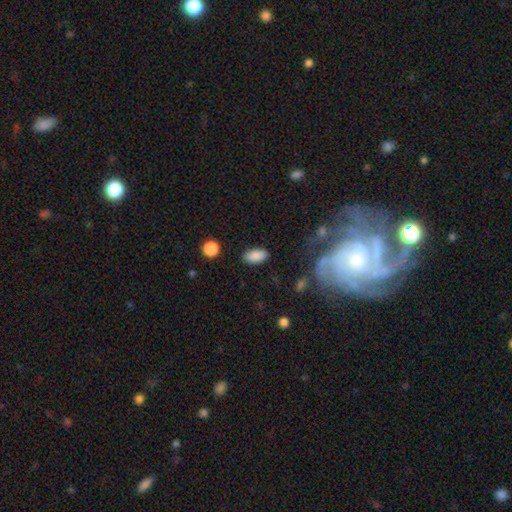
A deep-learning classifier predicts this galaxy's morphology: Overall: smooth (88%). How rounded: in between (93%). Merging: none (85%).